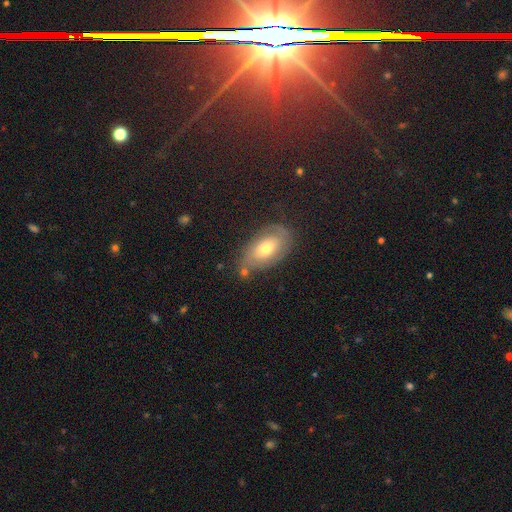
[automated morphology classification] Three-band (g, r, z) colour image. It shows a featured or disk galaxy (43%). Merging: none (67%).